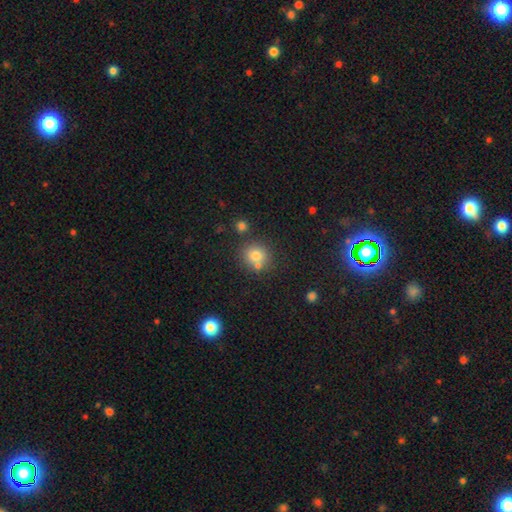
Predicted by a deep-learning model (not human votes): Q: Smooth or featured?
A: smooth (77%); runner-up: star or artifact (13%)
Q: How rounded?
A: round (88%); runner-up: in between (11%)
Q: Merging?
A: none (68%); runner-up: merger (19%)